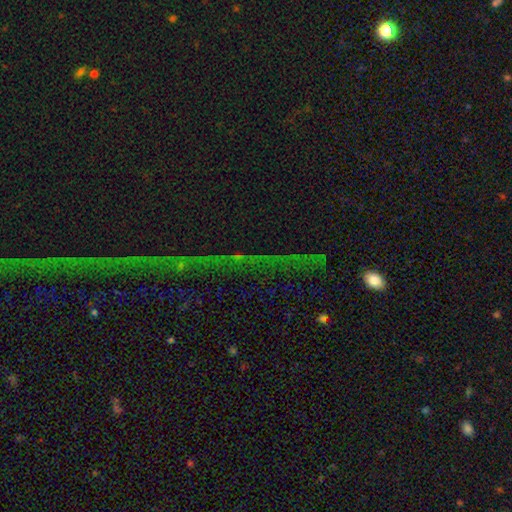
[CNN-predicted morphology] smooth-or-featured: star or artifact: 71% | featured or disk: 15% | smooth: 13%